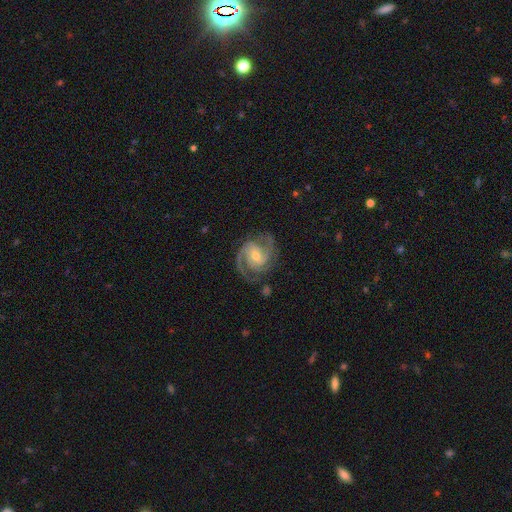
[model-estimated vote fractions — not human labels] Smooth or featured?
  - featured or disk: 93% *
  - star or artifact: 4%
  - smooth: 3%
Edge-on disk?
  - no: 98% *
  - yes: 2%
Bar?
  - no: 44% *
  - weak: 42%
  - strong: 14%
Spiral arms?
  - yes: 99% *
  - no: 1%
Spiral winding?
  - tight: 48% *
  - medium: 46%
  - loose: 6%
Spiral arm count?
  - 2: 47% *
  - 3: 36%
  - can't tell: 6%
  - 4: 5%
  - 1: 3%
  - more than 4: 3%
Bulge size?
  - moderate: 55% *
  - small: 42%
  - large: 2%
  - none: 1%
  - dominant: 1%
Merging?
  - none: 77% *
  - minor disturbance: 16%
  - major disturbance: 6%
  - merger: 1%